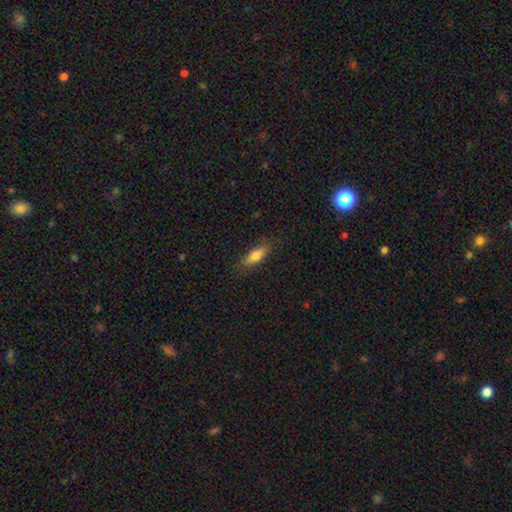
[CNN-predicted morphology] Smooth or featured? Predicted: smooth (p=0.76). How rounded? Predicted: in between (p=0.63). Merging? Predicted: none (p=0.82).